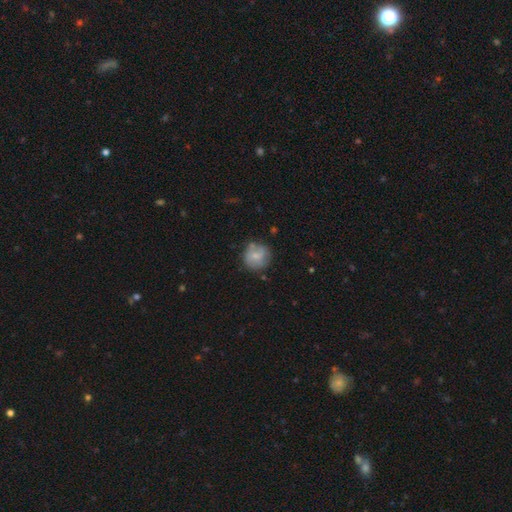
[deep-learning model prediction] Smooth or featured: smooth — 63% (featured or disk — 30%)
How rounded: round — 88% (in between — 11%)
Merging: none — 67% (minor disturbance — 21%)